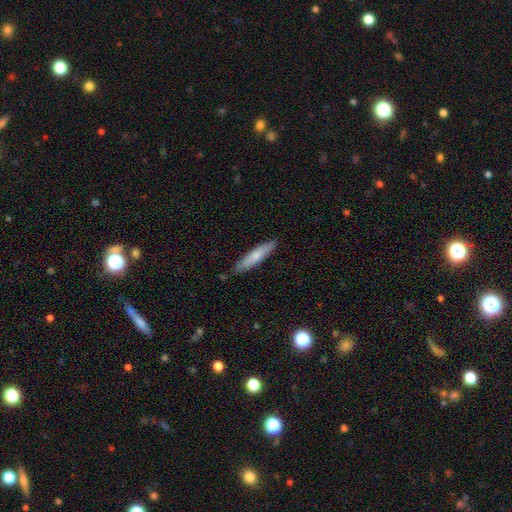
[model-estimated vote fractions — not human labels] Smooth or featured?
  - smooth: 70% *
  - featured or disk: 24%
  - star or artifact: 6%
How rounded?
  - cigar-shaped: 86% *
  - in between: 13%
  - round: 1%
Merging?
  - none: 86% *
  - minor disturbance: 11%
  - major disturbance: 2%
  - merger: 2%